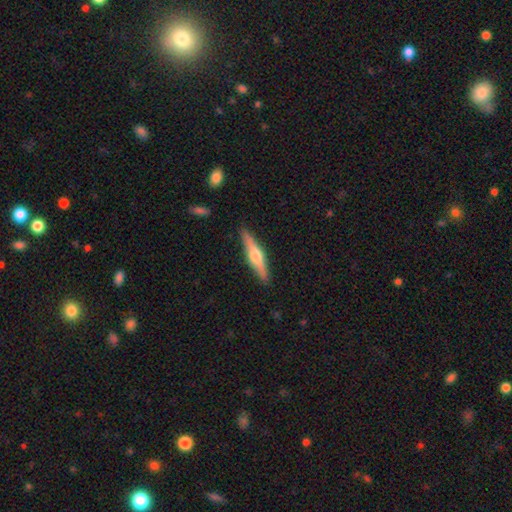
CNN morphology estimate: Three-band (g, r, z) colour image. It shows a featured or disk galaxy (60%) viewed edge-on (96%) with a rounded central bulge (90%). Merging: none (89%).